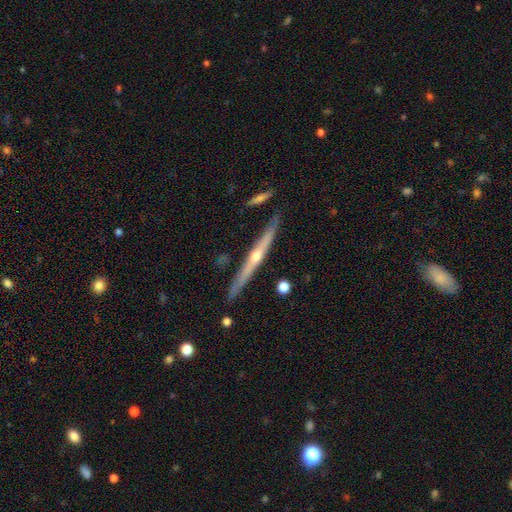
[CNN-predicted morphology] smooth_or_featured: featured or disk (p=0.79) [alt: smooth p=0.16]
disk_edge_on: yes (p=0.98) [alt: no p=0.02]
edge_on_bulge: rounded (p=0.85) [alt: none p=0.13]
merging: none (p=0.88) [alt: minor disturbance p=0.08]